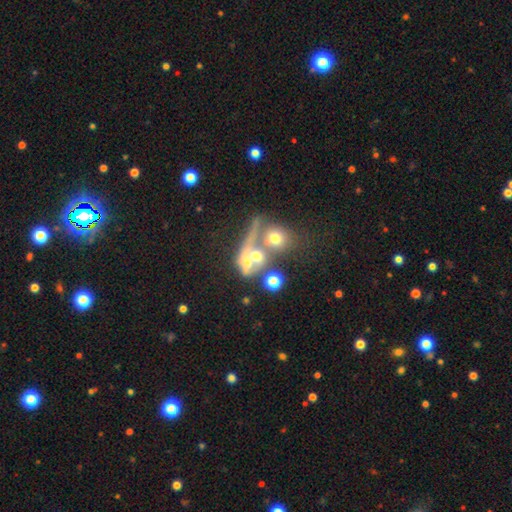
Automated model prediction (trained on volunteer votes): Smooth or featured? smooth (46%)
Merging? merger (58%)